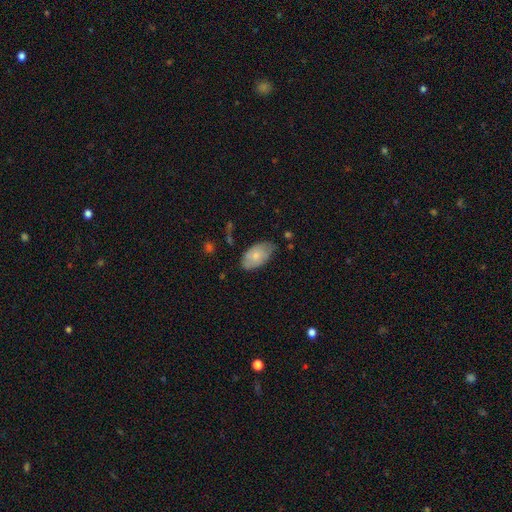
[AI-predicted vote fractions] Smooth or featured: smooth — 69% (featured or disk — 25%)
How rounded: in between — 94% (round — 4%)
Merging: none — 61% (minor disturbance — 31%)